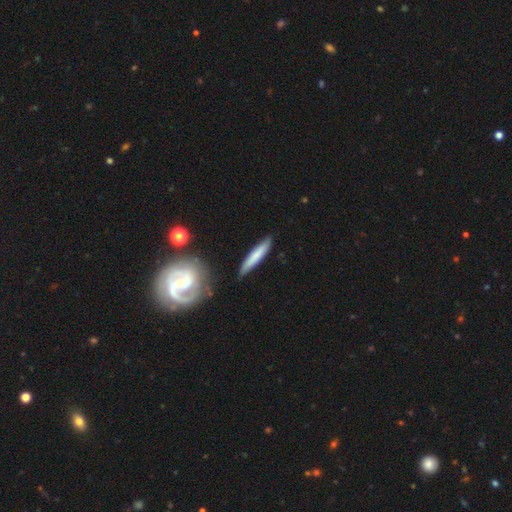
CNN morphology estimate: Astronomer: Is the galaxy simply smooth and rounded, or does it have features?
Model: smooth — 71%.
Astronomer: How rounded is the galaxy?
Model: cigar-shaped — 90%.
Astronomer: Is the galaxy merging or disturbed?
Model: none — 84%.